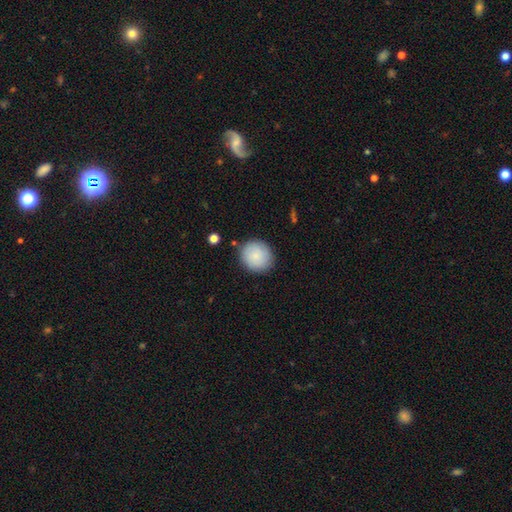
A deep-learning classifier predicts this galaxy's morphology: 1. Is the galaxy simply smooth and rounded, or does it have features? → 88% smooth, 6% star or artifact, 6% featured or disk.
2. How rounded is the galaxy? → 86% round, 13% in between, 1% cigar-shaped.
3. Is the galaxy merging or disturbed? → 86% none, 9% minor disturbance, 3% major disturbance, 2% merger.